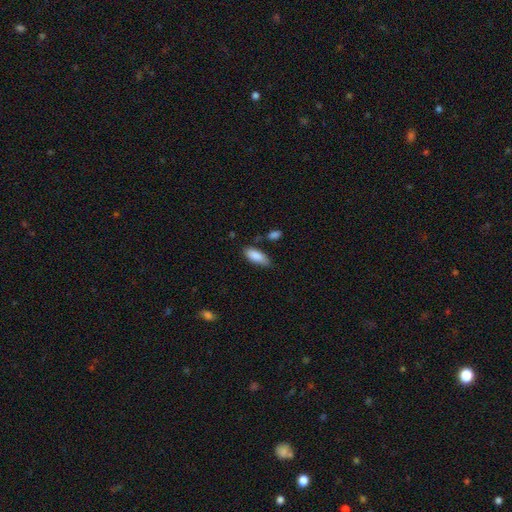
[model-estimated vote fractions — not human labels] A smooth galaxy with no disk features (88%) that is in between round and cigar-shaped (80%). Merging: none (72%).